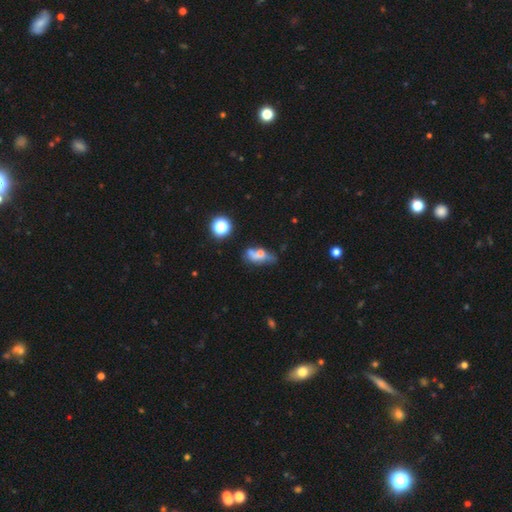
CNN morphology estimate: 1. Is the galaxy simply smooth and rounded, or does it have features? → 51% smooth, 35% featured or disk, 14% star or artifact.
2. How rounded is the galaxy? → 71% in between, 15% cigar-shaped, 14% round.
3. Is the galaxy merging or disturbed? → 33% none, 26% merger, 24% minor disturbance, 17% major disturbance.